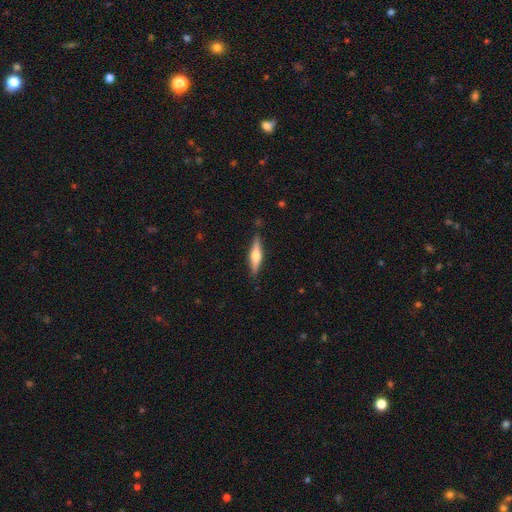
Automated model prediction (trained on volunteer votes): Smooth or featured?
  - featured or disk: 56% *
  - smooth: 38%
  - star or artifact: 6%
Edge-on disk?
  - yes: 96% *
  - no: 4%
Edge-on bulge?
  - rounded: 92% *
  - boxy: 5%
  - none: 3%
Merging?
  - none: 87% *
  - minor disturbance: 10%
  - major disturbance: 2%
  - merger: 1%